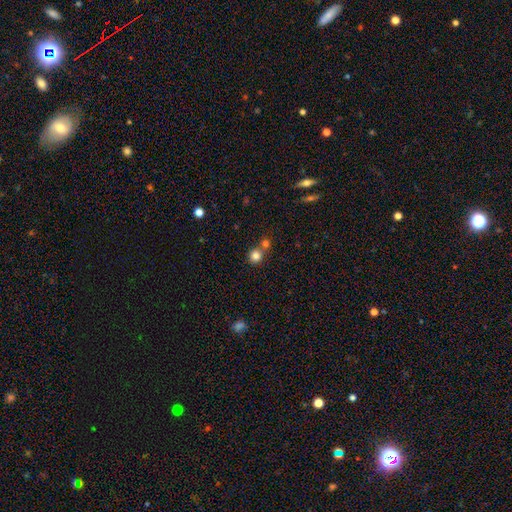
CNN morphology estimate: The model was most divided on "merging": none: 58%, merger: 33%, minor disturbance: 7%, major disturbance: 3%. More confident: how rounded — round (91%); smooth or featured — smooth (81%).